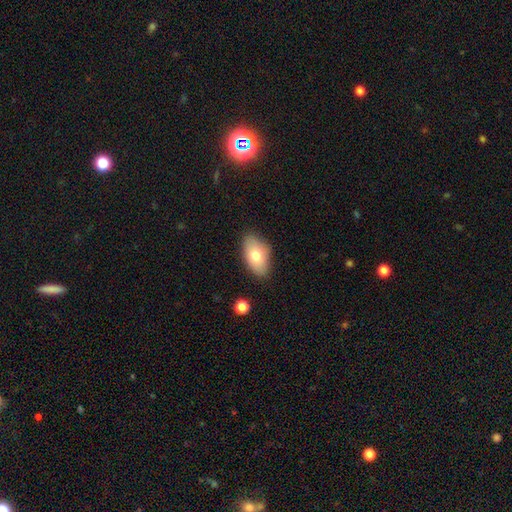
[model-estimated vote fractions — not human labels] Smooth or featured: smooth — 73% (featured or disk — 20%)
How rounded: in between — 92% (round — 6%)
Merging: none — 80% (minor disturbance — 15%)